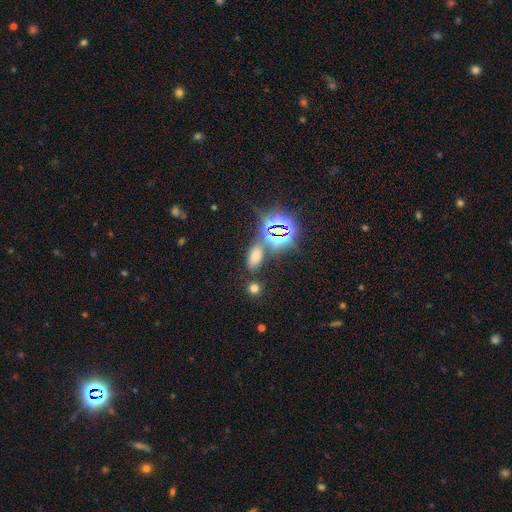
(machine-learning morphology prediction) smooth-or-featured: smooth: 57% | star or artifact: 35% | featured or disk: 8%
  how-rounded: in between: 85% | round: 8% | cigar-shaped: 7%
  merging: none: 73% | minor disturbance: 11% | merger: 11% | major disturbance: 5%